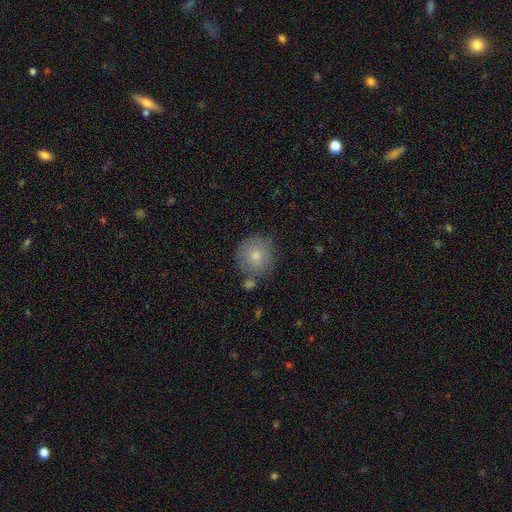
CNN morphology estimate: Q: Smooth or featured?
A: smooth (78%); runner-up: featured or disk (15%)
Q: How rounded?
A: round (92%); runner-up: in between (7%)
Q: Merging?
A: none (71%); runner-up: minor disturbance (15%)